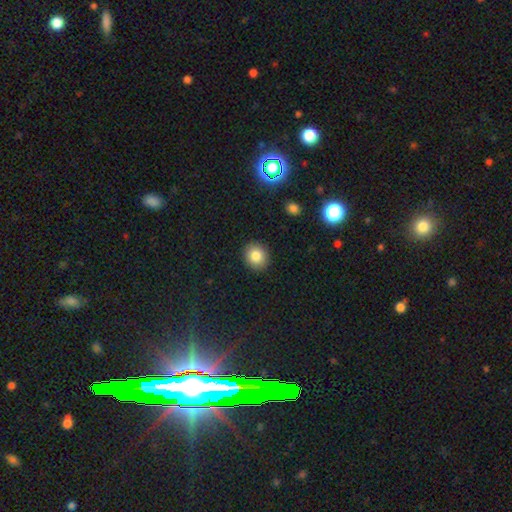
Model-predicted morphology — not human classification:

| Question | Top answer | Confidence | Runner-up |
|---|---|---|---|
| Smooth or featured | smooth | 83% | star or artifact (10%) |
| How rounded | round | 81% | in between (18%) |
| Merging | none | 91% | minor disturbance (6%) |